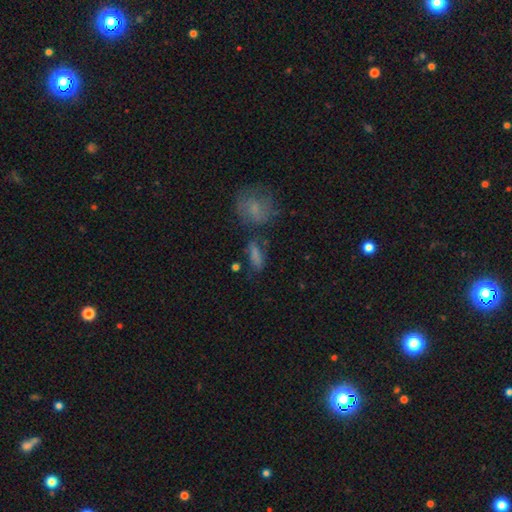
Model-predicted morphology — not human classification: smooth-or-featured: smooth: 65% | featured or disk: 18% | star or artifact: 17%
  how-rounded: in between: 61% | cigar-shaped: 27% | round: 11%
  merging: none: 57% | minor disturbance: 17% | merger: 17% | major disturbance: 9%